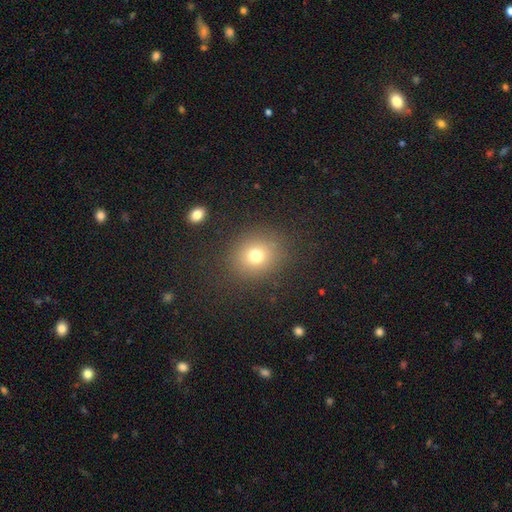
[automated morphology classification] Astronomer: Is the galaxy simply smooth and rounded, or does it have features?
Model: smooth — 74%.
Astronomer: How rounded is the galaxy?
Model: round — 73%.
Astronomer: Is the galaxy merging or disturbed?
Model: none — 86%.